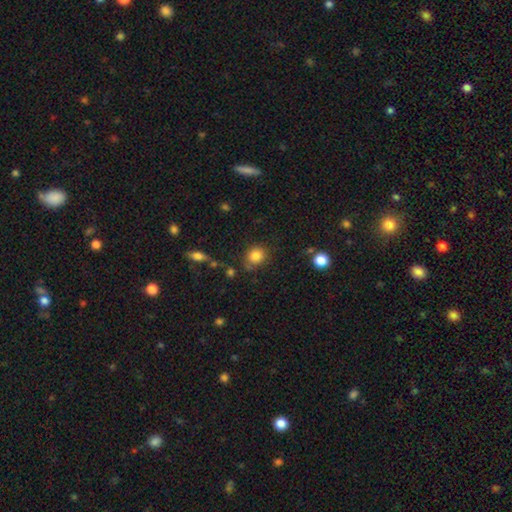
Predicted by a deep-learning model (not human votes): This is clearly a smooth galaxy (84%). How rounded: likely round (72%). Merging: likely none (74%).